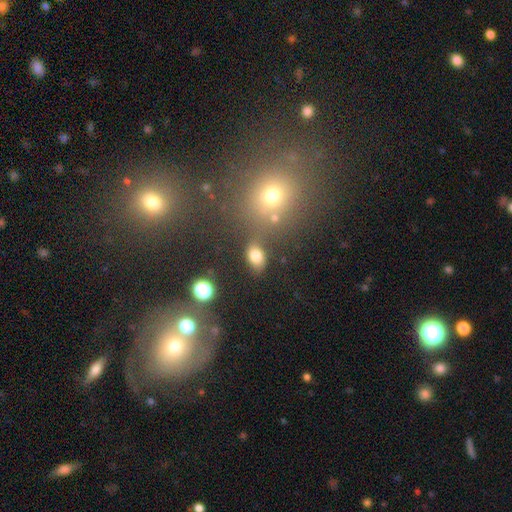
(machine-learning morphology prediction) smooth 78%, star or artifact 13%, featured or disk 8%. Down the decision tree: how rounded — in between (79%); merging — none (71%).